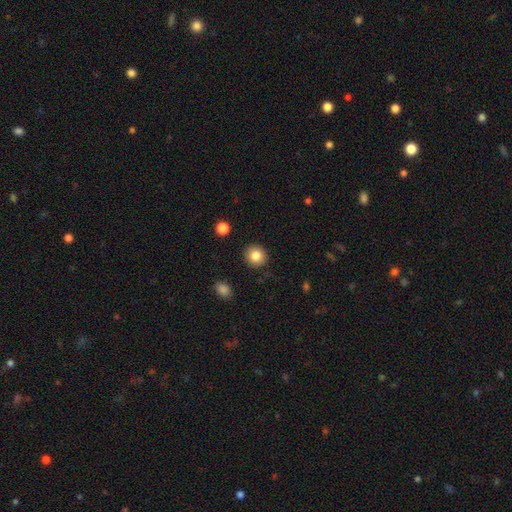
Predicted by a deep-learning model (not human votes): Overall: smooth (83%). How rounded: round (89%). Merging: none (91%).